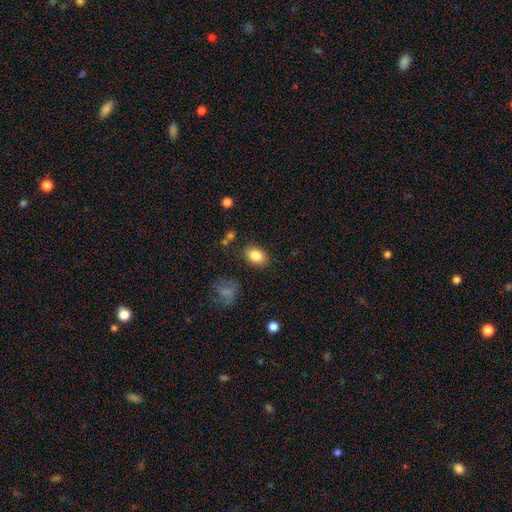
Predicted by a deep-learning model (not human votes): Q: Smooth or featured?
A: smooth (84%); runner-up: star or artifact (8%)
Q: How rounded?
A: in between (81%); runner-up: round (18%)
Q: Merging?
A: none (83%); runner-up: minor disturbance (11%)